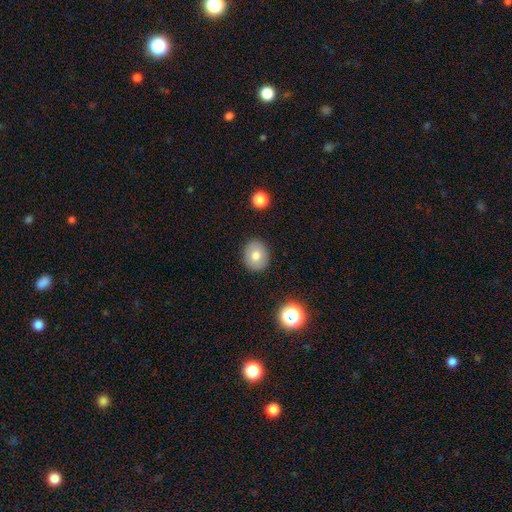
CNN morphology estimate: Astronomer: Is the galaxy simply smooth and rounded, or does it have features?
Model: smooth — 74%.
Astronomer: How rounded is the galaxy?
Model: round — 67%.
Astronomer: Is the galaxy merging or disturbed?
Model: none — 89%.